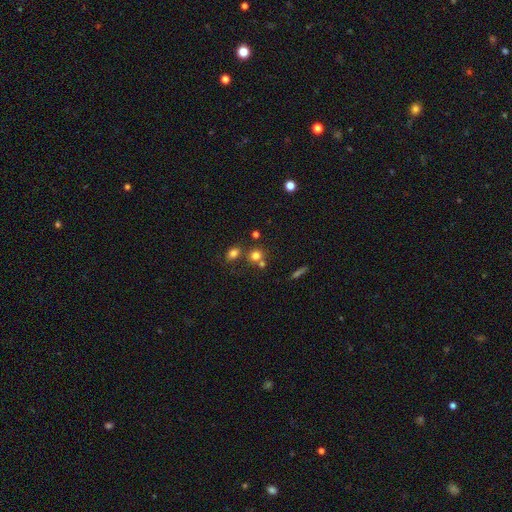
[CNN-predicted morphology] Smooth or featured? Predicted: smooth (p=0.73). How rounded? Predicted: round (p=0.82). Merging? Predicted: none (p=0.59).